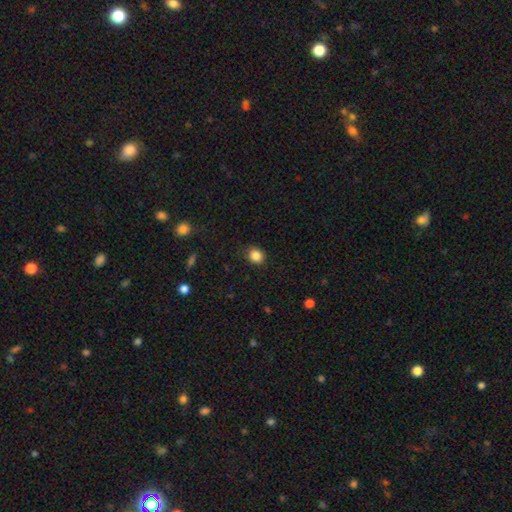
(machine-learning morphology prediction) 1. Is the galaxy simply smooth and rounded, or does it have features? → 87% smooth, 10% star or artifact, 4% featured or disk.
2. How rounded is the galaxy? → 66% round, 33% in between, 1% cigar-shaped.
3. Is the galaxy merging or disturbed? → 87% none, 9% minor disturbance, 2% major disturbance, 1% merger.